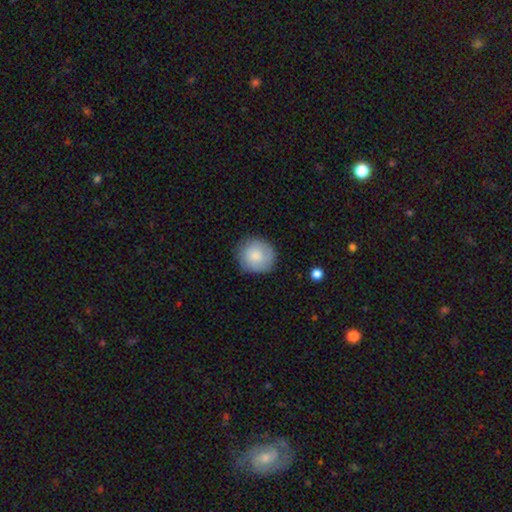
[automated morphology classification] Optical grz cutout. It shows a smooth galaxy with no disk features (82%) that is round (88%). Merging: none (81%).